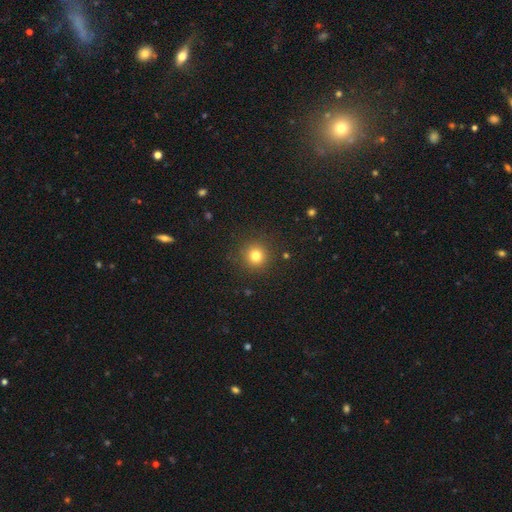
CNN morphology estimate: Smooth or featured? smooth (80%)
How rounded? round (95%)
Merging? none (90%)